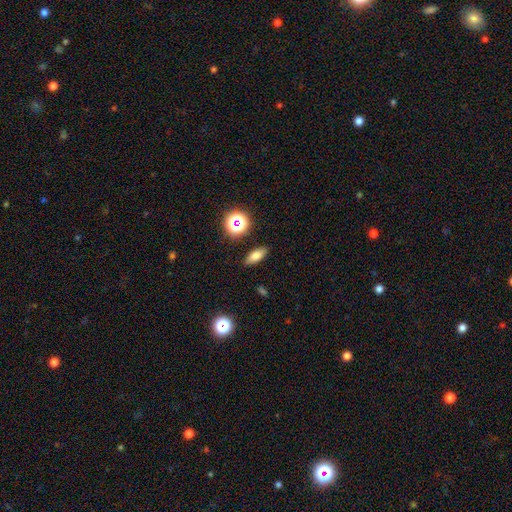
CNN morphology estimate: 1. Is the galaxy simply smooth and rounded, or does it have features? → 75% smooth, 13% star or artifact, 12% featured or disk.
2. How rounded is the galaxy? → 72% in between, 20% cigar-shaped, 9% round.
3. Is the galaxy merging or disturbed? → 88% none, 8% minor disturbance, 2% major disturbance, 2% merger.